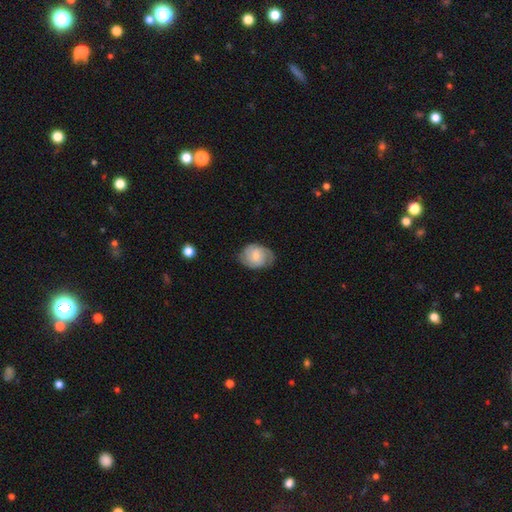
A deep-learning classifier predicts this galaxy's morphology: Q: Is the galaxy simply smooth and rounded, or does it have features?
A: featured or disk — 48%.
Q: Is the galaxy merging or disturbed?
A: none — 70%.